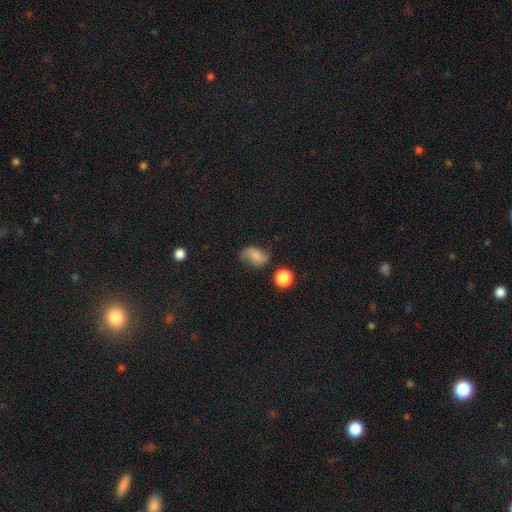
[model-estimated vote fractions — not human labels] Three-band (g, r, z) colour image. It shows a smooth galaxy with no disk features (47%). Merging: none (63%).